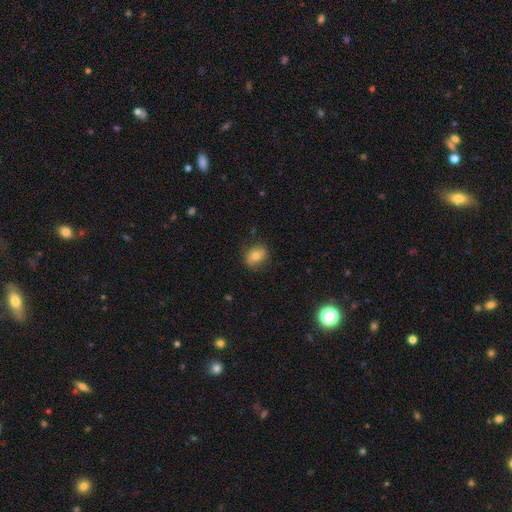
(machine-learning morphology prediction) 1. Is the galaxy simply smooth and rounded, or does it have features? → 71% smooth, 19% featured or disk, 10% star or artifact.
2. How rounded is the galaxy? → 52% in between, 47% round, 1% cigar-shaped.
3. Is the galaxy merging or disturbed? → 79% none, 16% minor disturbance, 4% major disturbance, 1% merger.